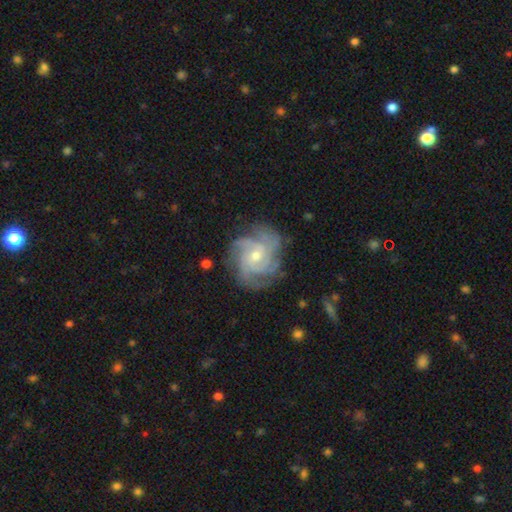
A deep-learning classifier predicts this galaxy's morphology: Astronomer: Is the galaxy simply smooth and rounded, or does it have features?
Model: featured or disk — 88%.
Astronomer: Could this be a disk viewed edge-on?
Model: no — 98%.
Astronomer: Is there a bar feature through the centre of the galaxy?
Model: no — 67%.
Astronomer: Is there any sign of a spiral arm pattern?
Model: yes — 98%.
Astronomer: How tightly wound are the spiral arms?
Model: tight — 59% (runner-up: medium, 35%).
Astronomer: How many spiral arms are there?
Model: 4 — 37% (runner-up: 3, 20%).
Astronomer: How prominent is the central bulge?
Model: small — 55% (runner-up: moderate, 41%).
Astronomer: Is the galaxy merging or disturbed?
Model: none — 78%.